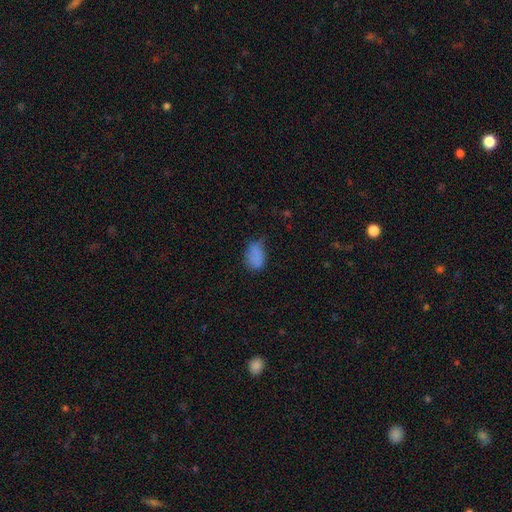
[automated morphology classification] A smooth galaxy with no disk features (80%) that is in between round and cigar-shaped (86%).

Vote fractions:
- Smooth or featured? smooth: 80% / star or artifact: 11% / featured or disk: 8%
- How rounded? in between: 86% / round: 12% / cigar-shaped: 2%
- Merging? none: 46% / minor disturbance: 37% / major disturbance: 14% / merger: 3%